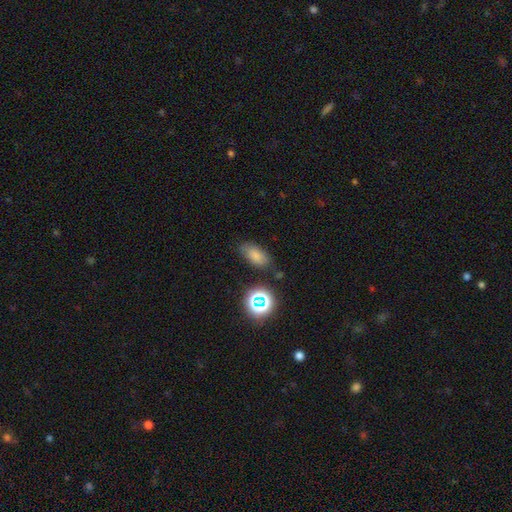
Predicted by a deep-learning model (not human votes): This is likely a smooth galaxy (75%). How rounded: clearly in between (88%). Merging: likely none (76%).